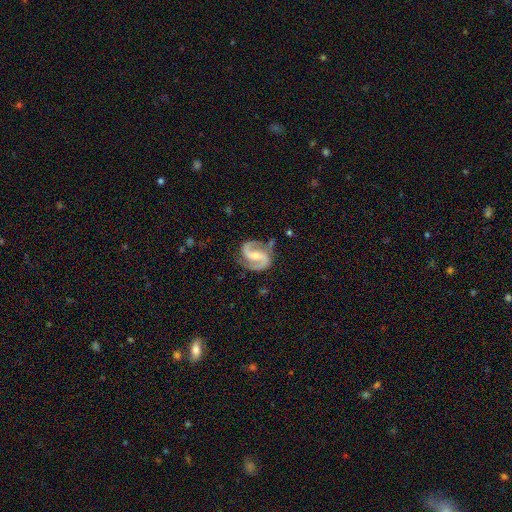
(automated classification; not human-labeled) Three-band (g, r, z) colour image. It shows a featured or disk galaxy (93%) with a weak bar (40%), 2 (94%) medium (61%) spiral arms (98%) and a moderate central bulge (48%). Merging: none (79%).